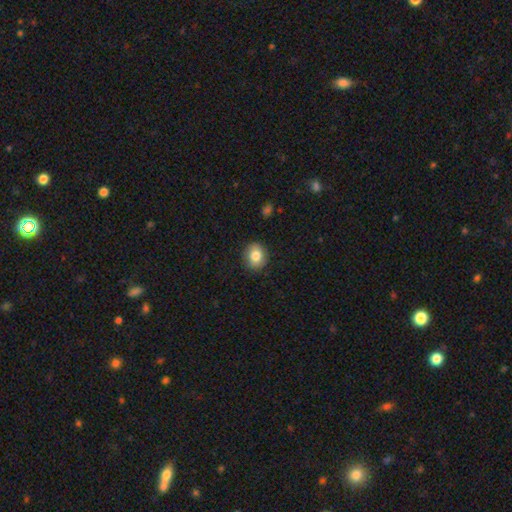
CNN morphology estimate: Q: Smooth or featured?
A: smooth (82%); runner-up: star or artifact (9%)
Q: How rounded?
A: round (69%); runner-up: in between (30%)
Q: Merging?
A: none (89%); runner-up: minor disturbance (8%)